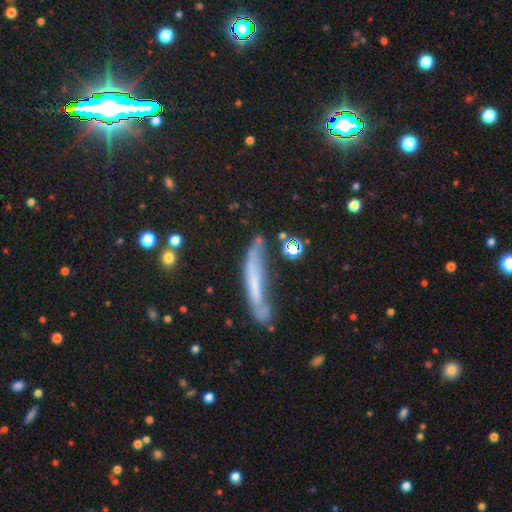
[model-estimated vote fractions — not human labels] This appears to be a smooth galaxy with no disk features (54%) that is cigar-shaped (89%). Merging: none (43%).